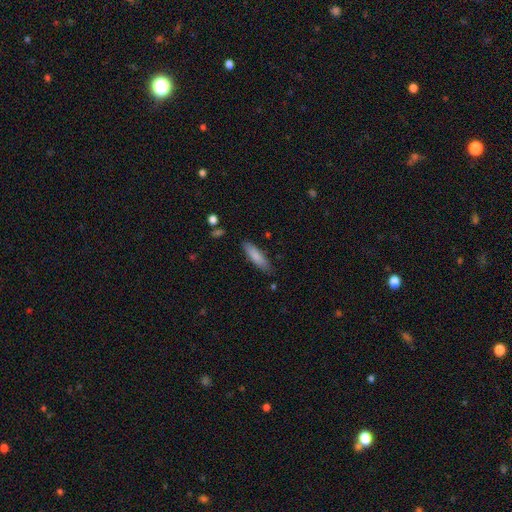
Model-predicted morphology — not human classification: This appears to be a smooth galaxy with no disk features (83%) that is cigar-shaped (67%). Merging: none (83%).